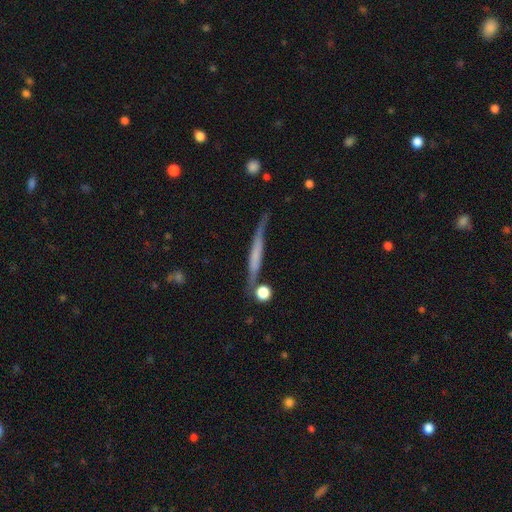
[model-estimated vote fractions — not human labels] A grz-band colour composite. It shows a featured or disk galaxy (55%) viewed edge-on (92%) with no central bulge (64%). Merging: none (70%).